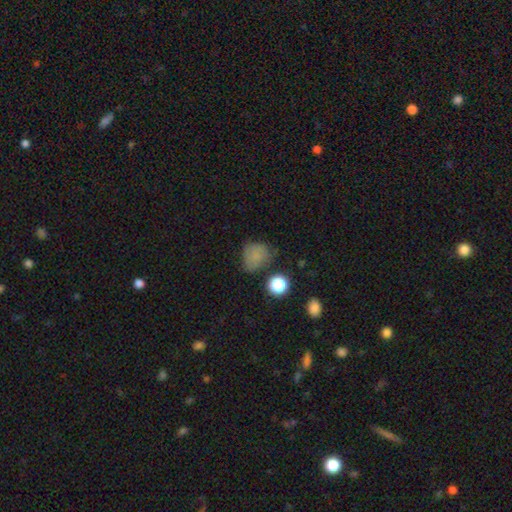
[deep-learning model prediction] smooth 72%, star or artifact 17%, featured or disk 11%. Down the decision tree: how rounded — round (68%); merging — none (56%).